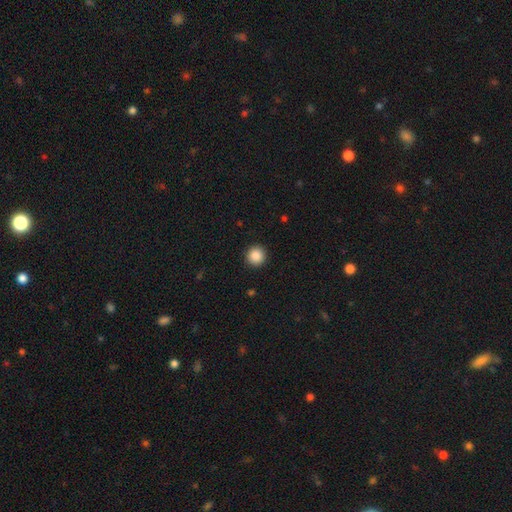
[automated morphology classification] smooth_or_featured: smooth (p=0.87) [alt: star or artifact p=0.09]
how_rounded: round (p=0.95) [alt: in between p=0.04]
merging: none (p=0.93) [alt: minor disturbance p=0.04]